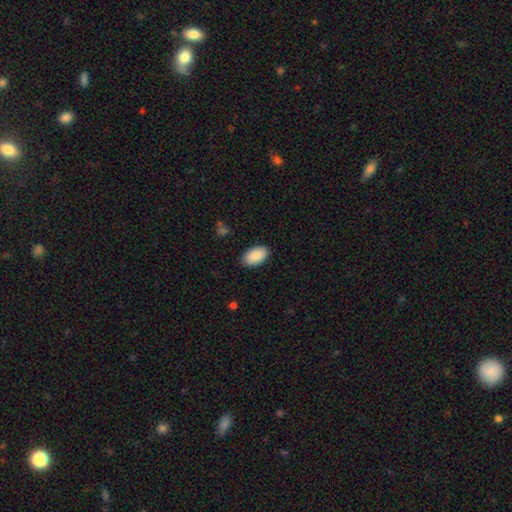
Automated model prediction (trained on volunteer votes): smooth_or_featured: smooth (p=0.89) [alt: star or artifact p=0.06]
how_rounded: in between (p=0.95) [alt: round p=0.03]
merging: none (p=0.88) [alt: minor disturbance p=0.09]